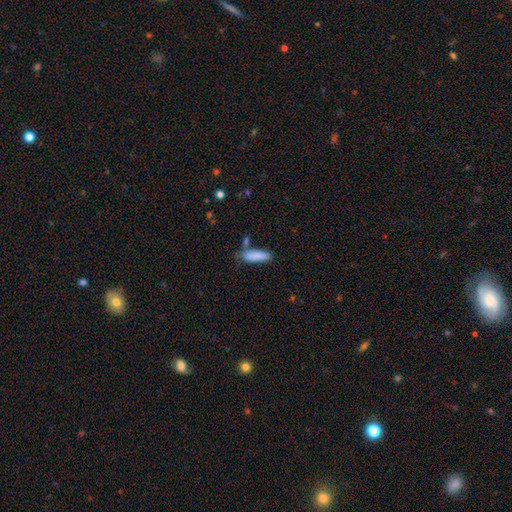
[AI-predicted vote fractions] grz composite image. It shows a smooth galaxy with no disk features (84%) that is cigar-shaped (61%). Merging: none (64%).